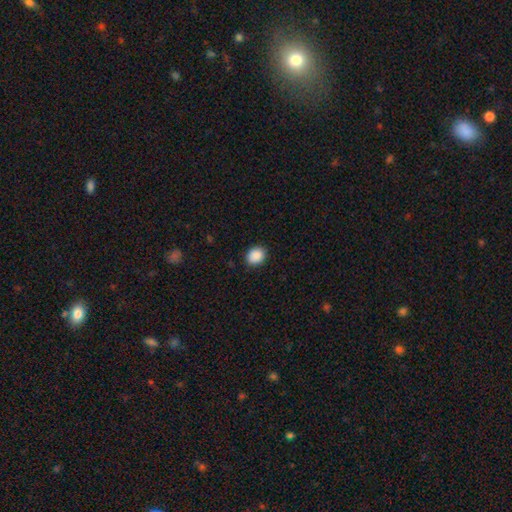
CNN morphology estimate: A smooth galaxy with no disk features (89%) that is round (60%).

Vote fractions:
- Smooth or featured? smooth: 89% / star or artifact: 8% / featured or disk: 2%
- How rounded? round: 60% / in between: 39% / cigar-shaped: 1%
- Merging? none: 88% / minor disturbance: 9% / major disturbance: 2% / merger: 1%